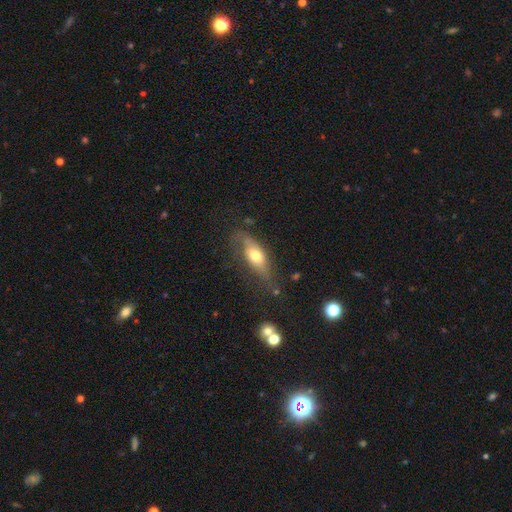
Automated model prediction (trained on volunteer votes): A smooth galaxy with no disk features (56%) that is in between round and cigar-shaped (72%).

Vote fractions:
- Smooth or featured? smooth: 56% / featured or disk: 36% / star or artifact: 8%
- How rounded? in between: 72% / cigar-shaped: 23% / round: 5%
- Merging? none: 55% / minor disturbance: 27% / major disturbance: 15% / merger: 3%